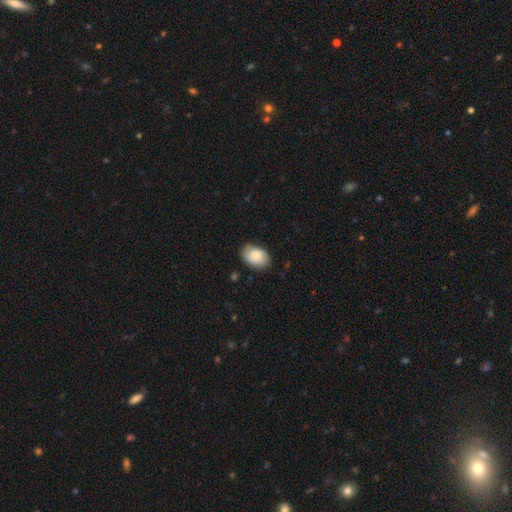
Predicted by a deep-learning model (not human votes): Smooth or featured: smooth — 75% (featured or disk — 18%)
How rounded: in between — 83% (round — 16%)
Merging: none — 76% (minor disturbance — 19%)